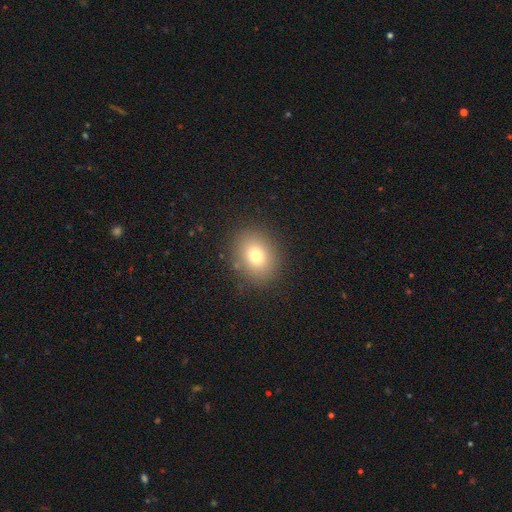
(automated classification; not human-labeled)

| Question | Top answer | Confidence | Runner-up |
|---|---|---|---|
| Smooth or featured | smooth | 76% | star or artifact (13%) |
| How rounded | round | 58% | in between (41%) |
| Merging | none | 87% | minor disturbance (9%) |